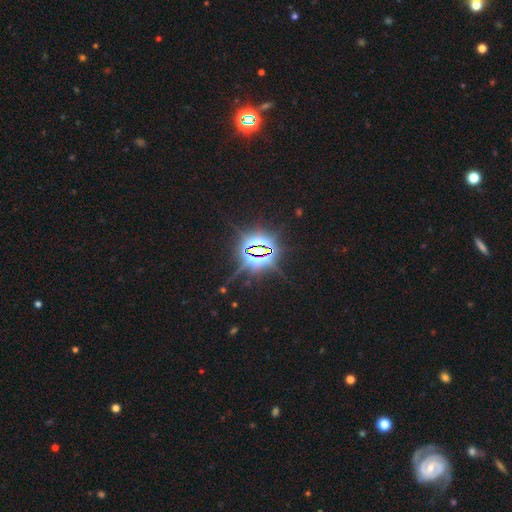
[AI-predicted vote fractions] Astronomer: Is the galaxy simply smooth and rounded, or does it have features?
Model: star or artifact — 86%.